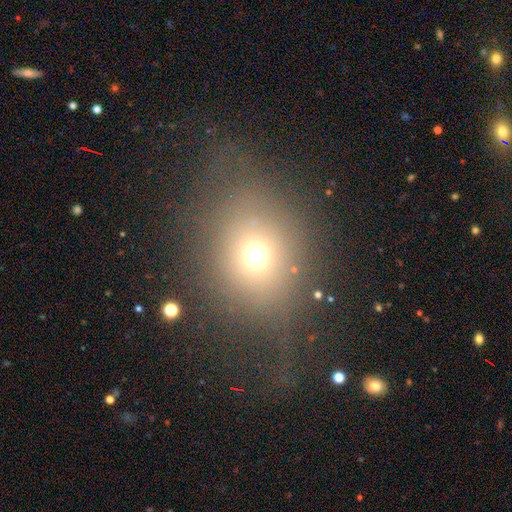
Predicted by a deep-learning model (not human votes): smooth 64%, star or artifact 19%, featured or disk 16%. Down the decision tree: how rounded — round (61%); merging — none (53%).